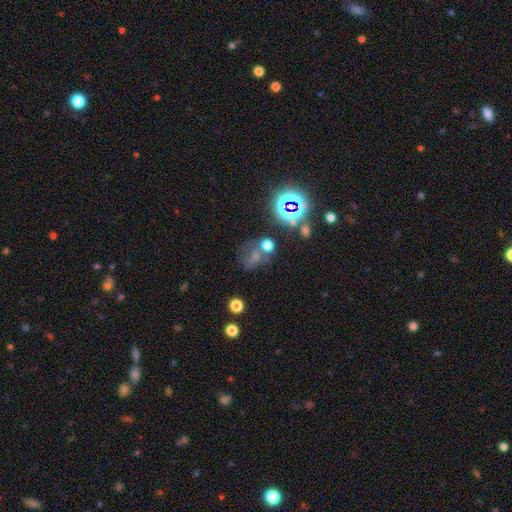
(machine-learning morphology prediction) Smooth or featured? Predicted: smooth (p=0.48). Merging? Predicted: none (p=0.44).